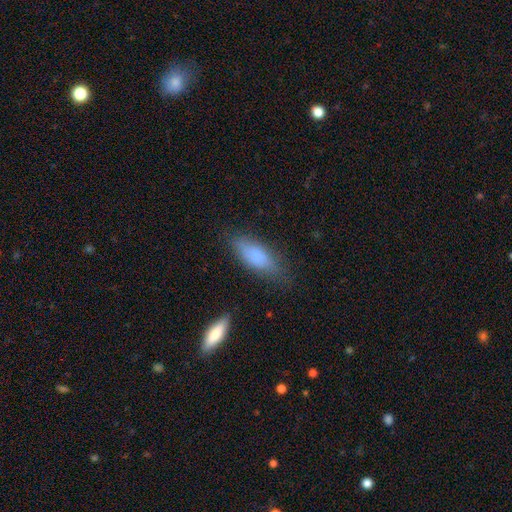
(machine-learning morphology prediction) Smooth or featured?
  - smooth: 80% *
  - featured or disk: 13%
  - star or artifact: 7%
How rounded?
  - in between: 66% *
  - cigar-shaped: 32%
  - round: 2%
Merging?
  - none: 72% *
  - minor disturbance: 20%
  - major disturbance: 5%
  - merger: 2%